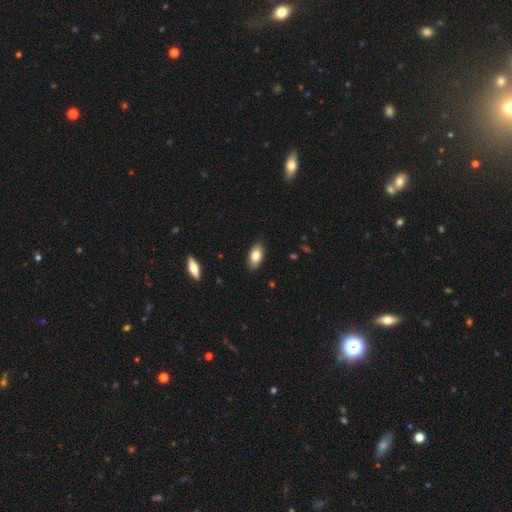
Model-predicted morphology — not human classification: A smooth galaxy with no disk features (78%) that is in between round and cigar-shaped (91%). Merging: none (88%).